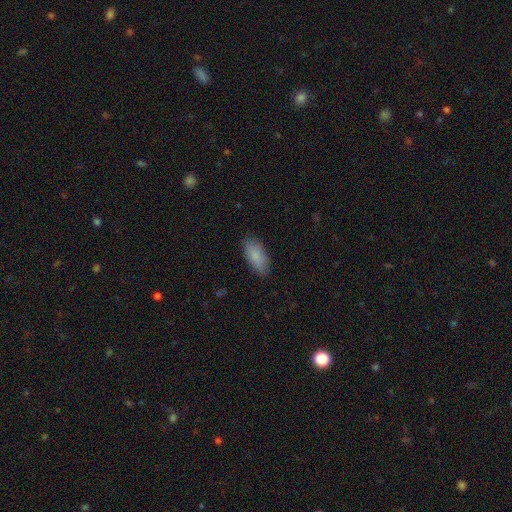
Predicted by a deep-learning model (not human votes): smooth 86%, featured or disk 7%, star or artifact 6%. Down the decision tree: how rounded — in between (88%); merging — none (85%).